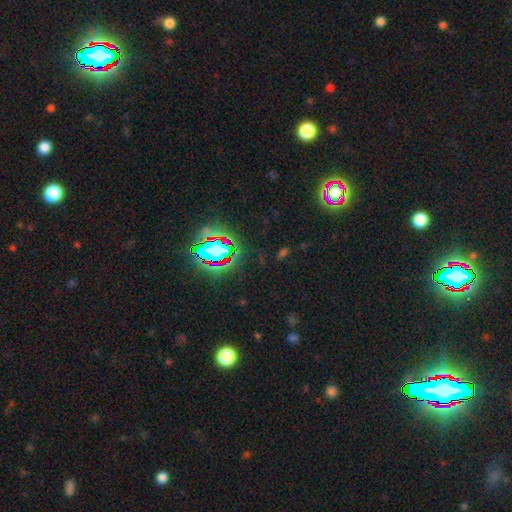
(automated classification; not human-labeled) smooth_or_featured: star or artifact (p=0.78) [alt: smooth p=0.14]